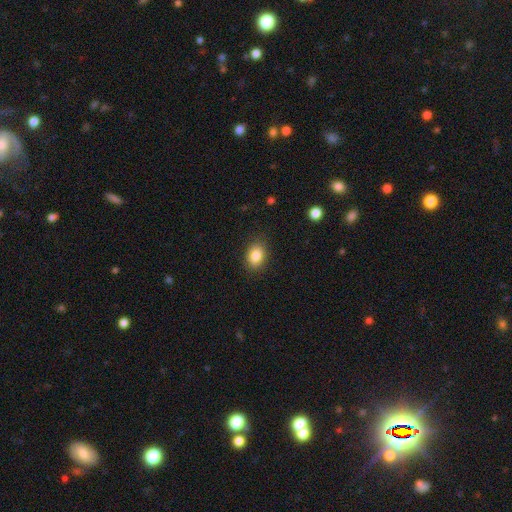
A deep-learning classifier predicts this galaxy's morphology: Overall: smooth (85%). How rounded: in between (74%). Merging: none (85%).